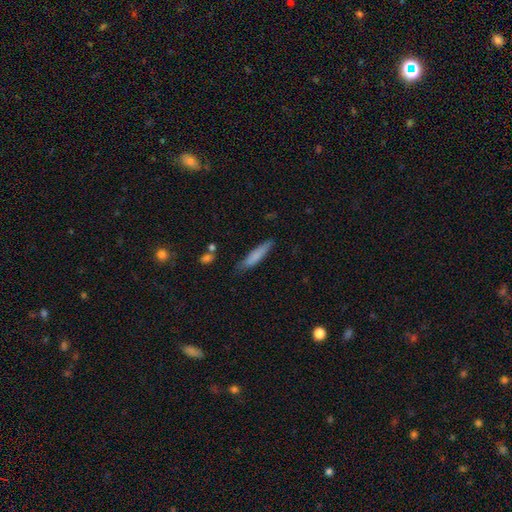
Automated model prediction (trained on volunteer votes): The model was most divided on "smooth or featured": smooth: 76%, featured or disk: 17%, star or artifact: 6%. More confident: how rounded — cigar-shaped (86%); merging — none (77%).